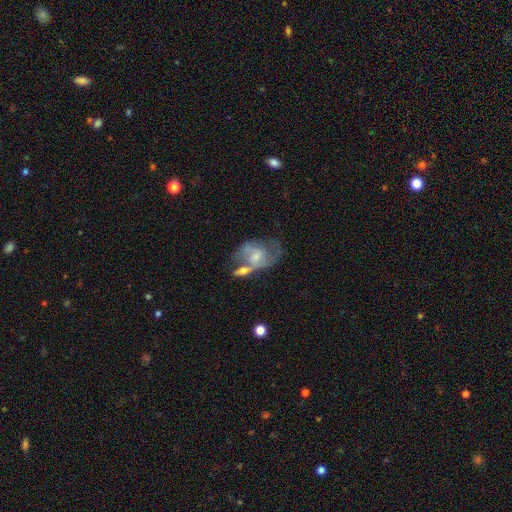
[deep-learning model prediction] The model was most divided on "bulge size": small: 50%, moderate: 37%, none: 8%, large: 4%, dominant: 1%. Remaining: edge-on disk — no (96%); spiral arms — yes (67%); smooth or featured — featured or disk (61%); bar — no (58%); merging — merger (41%).